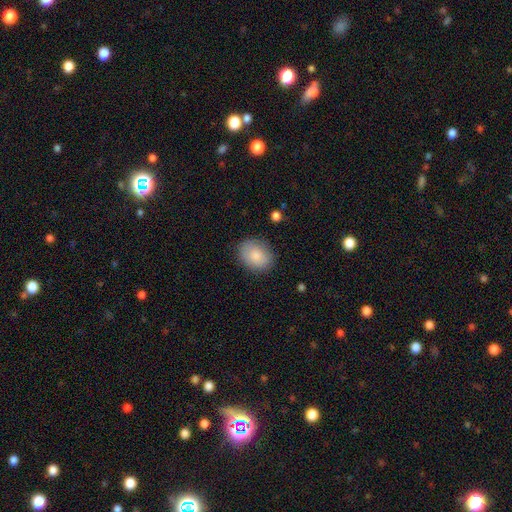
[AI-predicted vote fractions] This is clearly a smooth galaxy (84%). How rounded: possibly in between (58%). Merging: clearly none (82%).